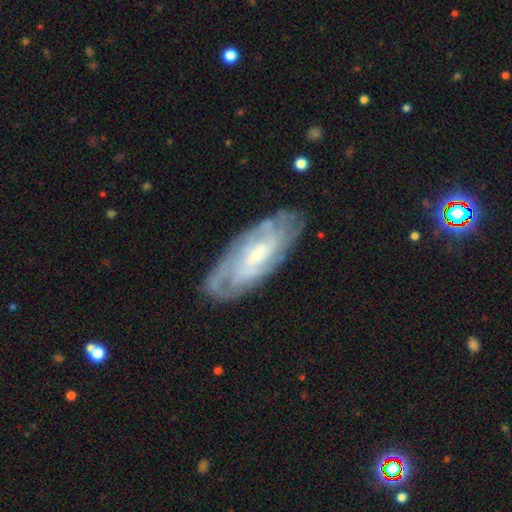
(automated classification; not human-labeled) A featured or disk galaxy (77%) with no bar (51%), tight (64%) spiral arms (90%) and a small central bulge (72%).

Vote fractions:
- Smooth or featured? featured or disk: 77% / smooth: 17% / star or artifact: 6%
- Edge-on disk? no: 88% / yes: 12%
- Bar? no: 51% / weak: 38% / strong: 11%
- Spiral arms? yes: 90% / no: 10%
- Spiral winding? tight: 64% / medium: 28% / loose: 8%
- Spiral arm count? can't tell: 53% / 2: 14% / 4: 13% / 3: 11% / more than 4: 6% / 1: 4%
- Bulge size? small: 72% / moderate: 23% / none: 3% / large: 2% / dominant: 1%
- Merging? none: 78% / minor disturbance: 16% / major disturbance: 4% / merger: 1%